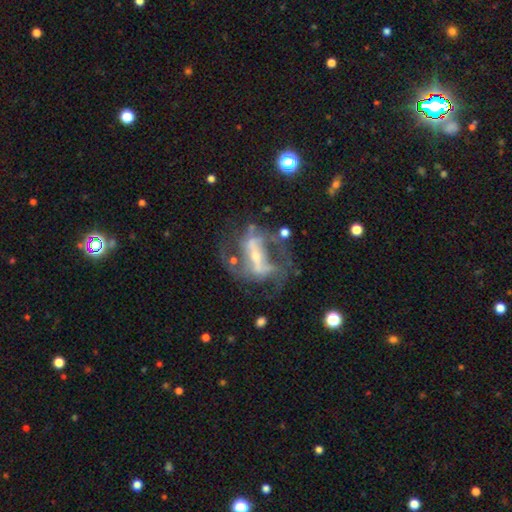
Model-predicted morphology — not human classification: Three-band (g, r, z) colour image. It shows a featured or disk galaxy (84%) with a strong bar (63%), 2 (71%) medium (47%) spiral arms (84%) and a small central bulge (61%). Merging: none (53%).